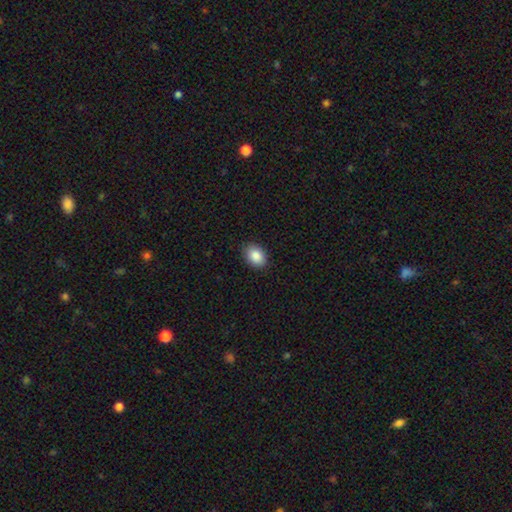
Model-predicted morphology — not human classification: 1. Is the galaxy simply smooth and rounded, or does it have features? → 88% smooth, 8% star or artifact, 4% featured or disk.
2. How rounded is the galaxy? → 76% in between, 23% round, 1% cigar-shaped.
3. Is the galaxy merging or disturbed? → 89% none, 8% minor disturbance, 2% major disturbance, 1% merger.